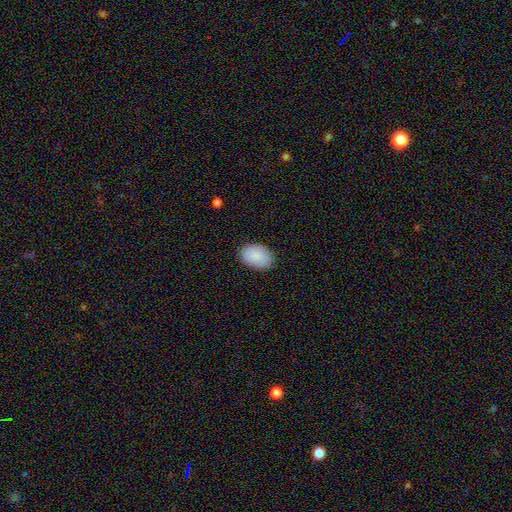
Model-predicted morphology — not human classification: Smooth or featured: smooth — 89% (star or artifact — 6%)
How rounded: in between — 87% (round — 12%)
Merging: none — 87% (minor disturbance — 10%)